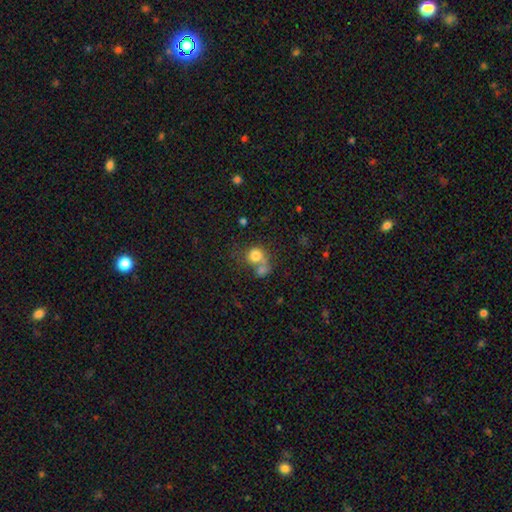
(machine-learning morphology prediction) This appears to be a smooth galaxy with no disk features (76%) that is round (77%). Merging: merger (50%).